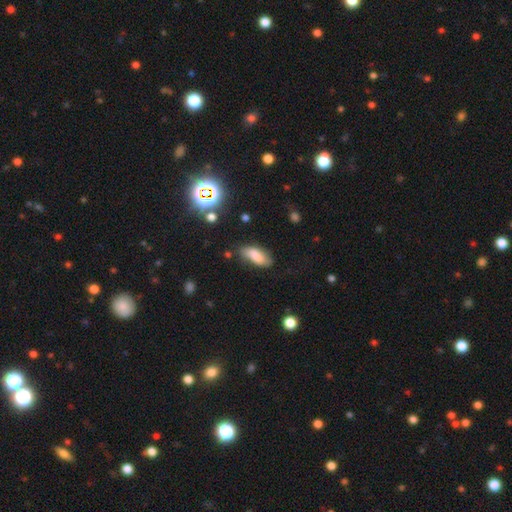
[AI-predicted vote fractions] Overall: smooth (76%). How rounded: in between (82%). Merging: none (63%; minor disturbance 26%).